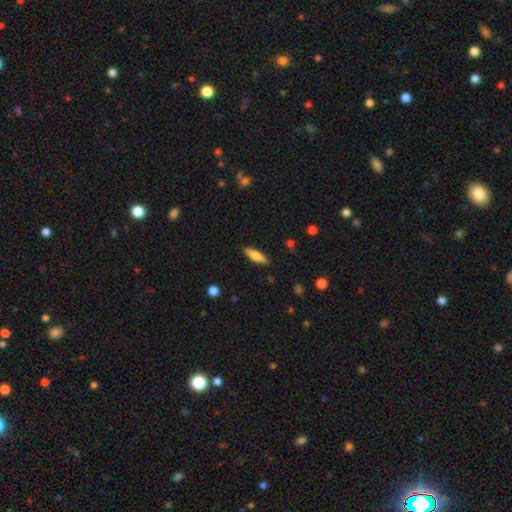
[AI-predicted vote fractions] Smooth or featured: smooth — 76% (featured or disk — 17%)
How rounded: cigar-shaped — 51% (in between — 47%)
Merging: none — 88% (minor disturbance — 9%)